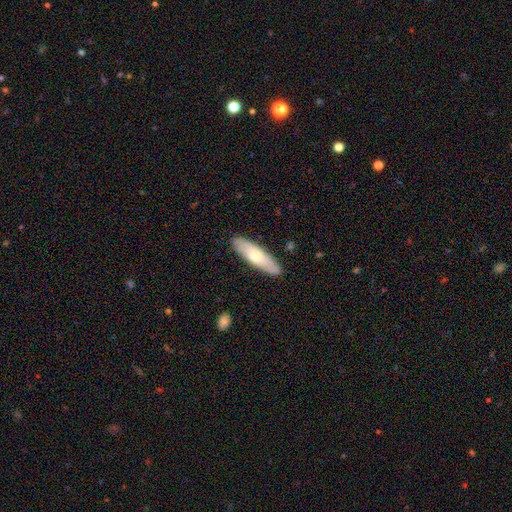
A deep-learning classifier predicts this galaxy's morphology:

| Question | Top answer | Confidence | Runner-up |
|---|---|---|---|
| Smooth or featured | smooth | 63% | featured or disk (32%) |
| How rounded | cigar-shaped | 63% | in between (35%) |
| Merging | none | 88% | minor disturbance (9%) |